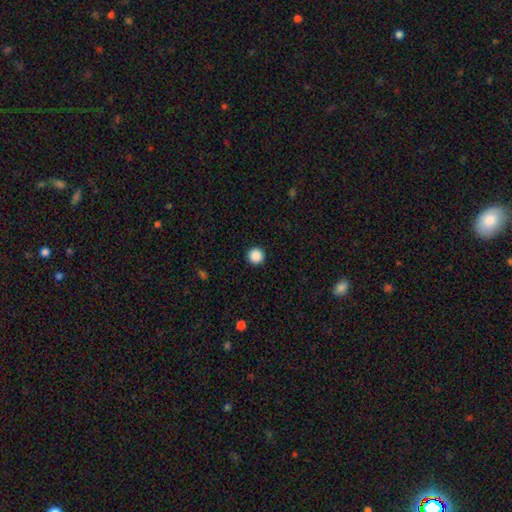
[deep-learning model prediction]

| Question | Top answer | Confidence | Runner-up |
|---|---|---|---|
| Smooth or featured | smooth | 88% | star or artifact (10%) |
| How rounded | round | 97% | in between (2%) |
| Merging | none | 94% | minor disturbance (4%) |